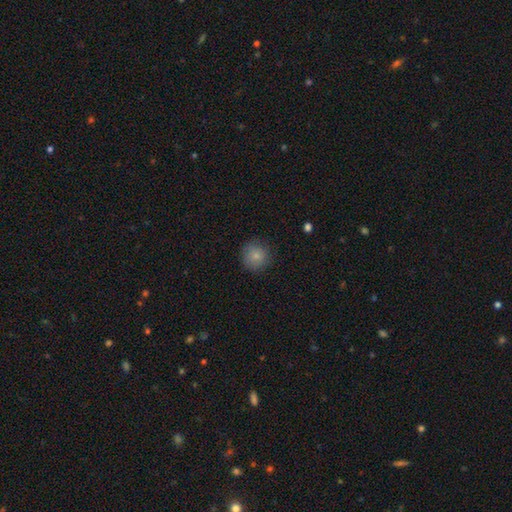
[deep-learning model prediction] A smooth galaxy with no disk features (83%) that is round (93%).

Vote fractions:
- Smooth or featured? smooth: 83% / star or artifact: 10% / featured or disk: 7%
- How rounded? round: 93% / in between: 6% / cigar-shaped: 1%
- Merging? none: 86% / minor disturbance: 10% / major disturbance: 3% / merger: 1%